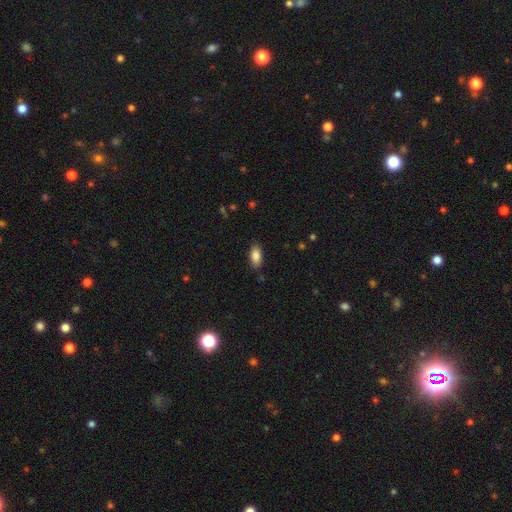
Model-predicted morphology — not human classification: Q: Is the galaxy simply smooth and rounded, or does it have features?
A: smooth — 86%.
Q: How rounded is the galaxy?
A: in between — 90%.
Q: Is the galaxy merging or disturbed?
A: none — 85%.